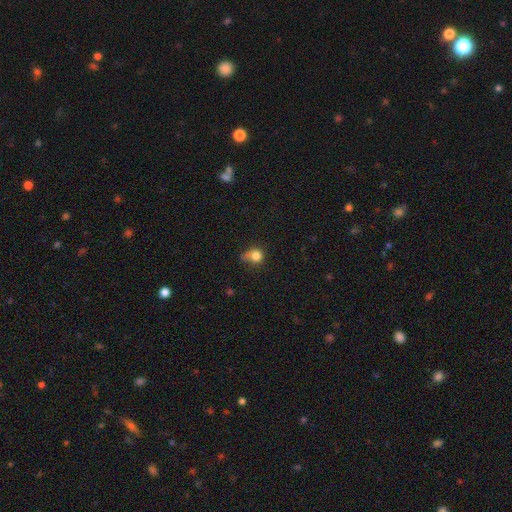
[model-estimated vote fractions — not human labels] The model was most divided on "merging": none: 44%, minor disturbance: 34%, major disturbance: 15%, merger: 7%. More confident: smooth or featured — smooth (81%); how rounded — round (81%).